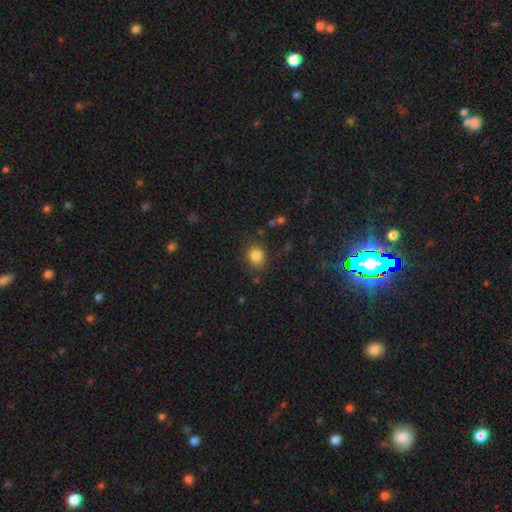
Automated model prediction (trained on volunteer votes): smooth_or_featured: smooth (p=0.84) [alt: star or artifact p=0.11]
how_rounded: round (p=0.70) [alt: in between p=0.29]
merging: none (p=0.84) [alt: minor disturbance p=0.11]